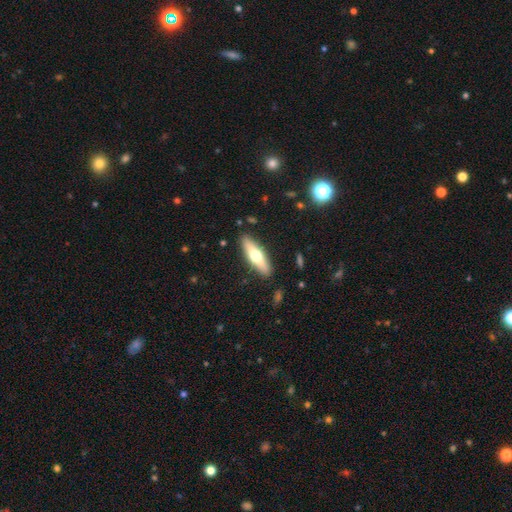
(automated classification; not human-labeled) Overall: smooth (52%; featured or disk 43%). How rounded: cigar-shaped (59%; in between 39%). Merging: none (88%).